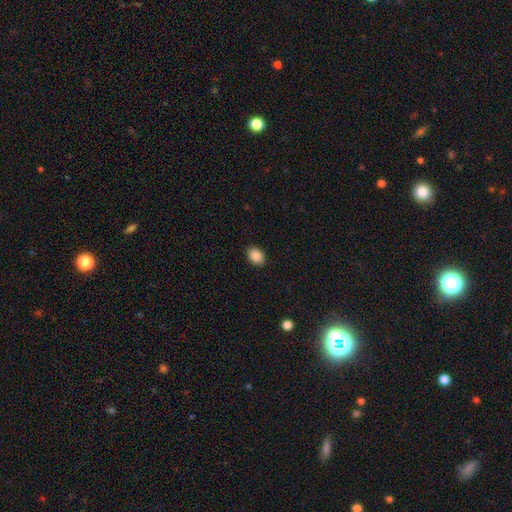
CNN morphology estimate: smooth_or_featured: smooth (p=0.87) [alt: star or artifact p=0.08]
how_rounded: in between (p=0.74) [alt: round p=0.25]
merging: none (p=0.90) [alt: minor disturbance p=0.07]